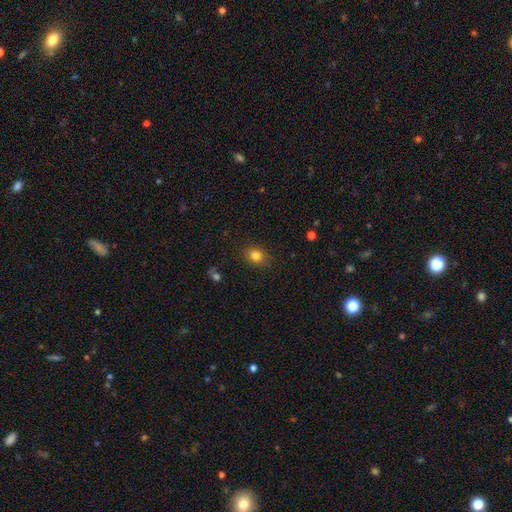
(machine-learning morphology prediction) Smooth or featured: smooth — 81% (star or artifact — 12%)
How rounded: round — 57% (in between — 42%)
Merging: none — 87% (minor disturbance — 10%)